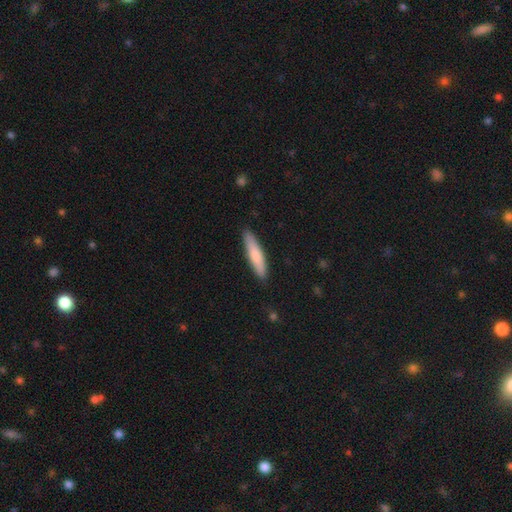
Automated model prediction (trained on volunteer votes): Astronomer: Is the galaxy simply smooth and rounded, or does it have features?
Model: smooth — 76%.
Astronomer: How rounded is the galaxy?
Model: cigar-shaped — 84%.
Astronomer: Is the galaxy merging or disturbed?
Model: none — 88%.